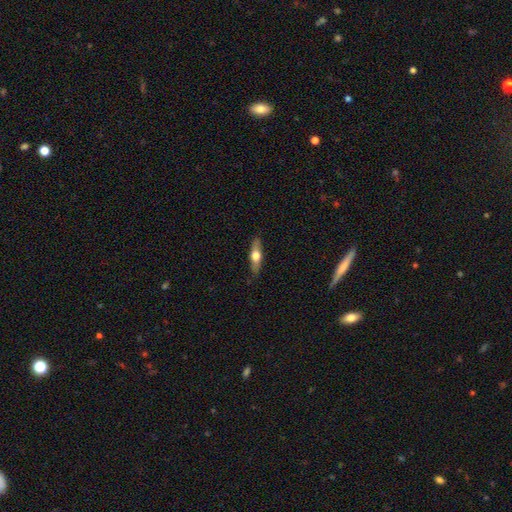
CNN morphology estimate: This appears to be a featured or disk galaxy (51%) viewed edge-on (89%). Merging: none (86%).